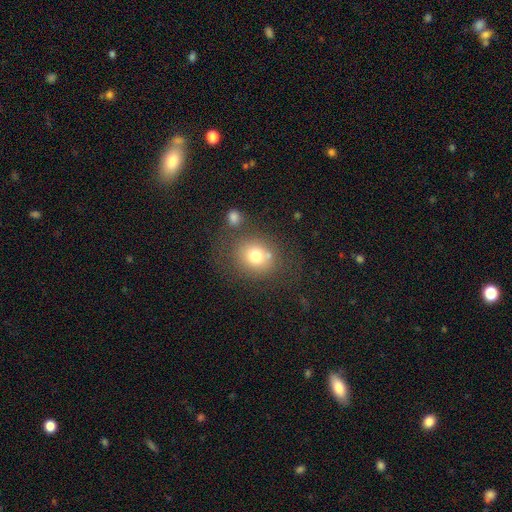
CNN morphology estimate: Q: Smooth or featured?
A: smooth (73%); runner-up: featured or disk (15%)
Q: How rounded?
A: round (69%); runner-up: in between (30%)
Q: Merging?
A: none (64%); runner-up: minor disturbance (15%)